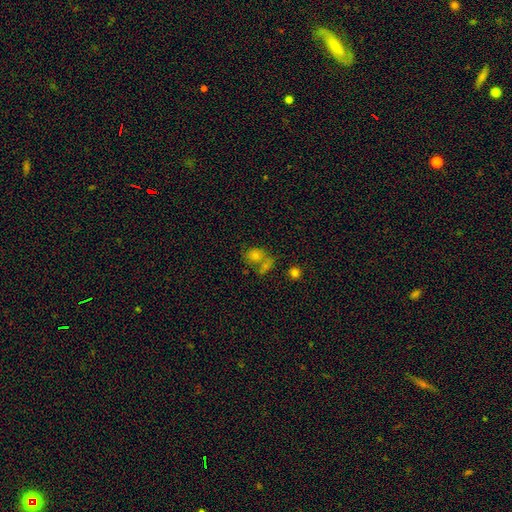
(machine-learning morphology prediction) A smooth galaxy with no disk features (52%) that is round (55%).

Vote fractions:
- Smooth or featured? smooth: 52% / star or artifact: 25% / featured or disk: 23%
- How rounded? round: 55% / in between: 42% / cigar-shaped: 2%
- Merging? none: 45% / merger: 30% / minor disturbance: 14% / major disturbance: 10%